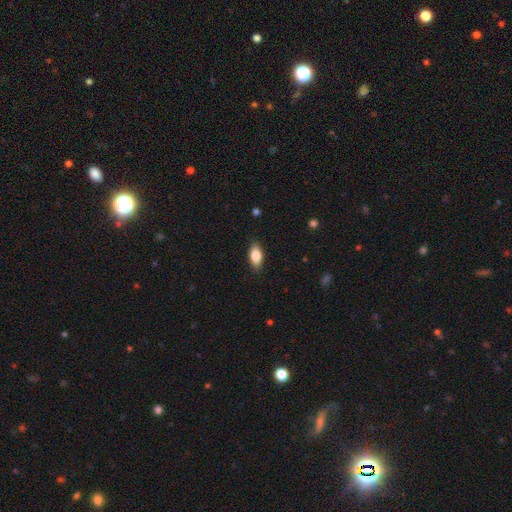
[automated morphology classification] type=smooth (82%); roundness=in between (88%); merging=none (86%).